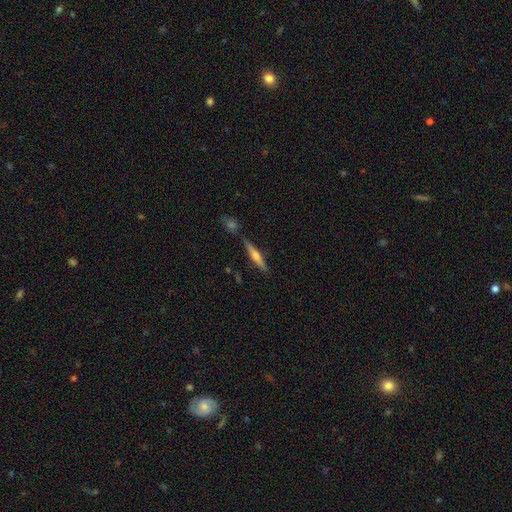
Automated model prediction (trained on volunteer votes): Morphology: type=featured or disk (59%); edge-on=yes (97%); edge-on bulge=rounded (83%); merging=none (82%).